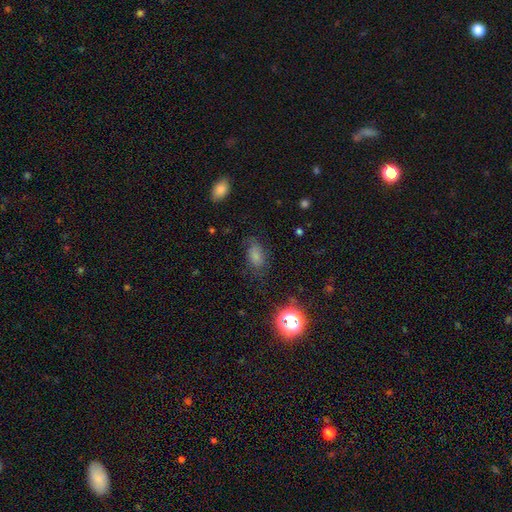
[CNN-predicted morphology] A smooth galaxy with no disk features (68%) that is in between round and cigar-shaped (87%).

Vote fractions:
- Smooth or featured? smooth: 68% / star or artifact: 17% / featured or disk: 15%
- How rounded? in between: 87% / round: 10% / cigar-shaped: 3%
- Merging? none: 61% / minor disturbance: 24% / major disturbance: 13% / merger: 2%